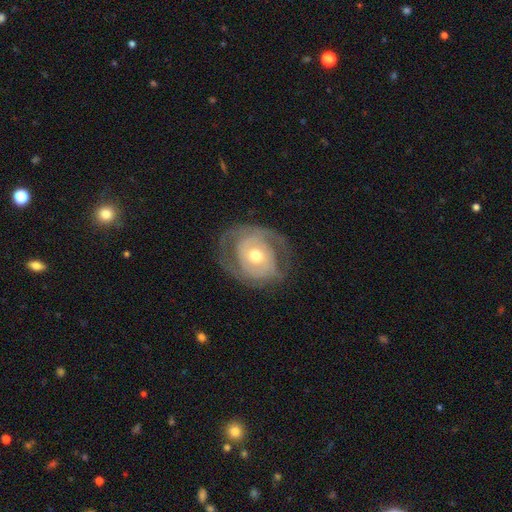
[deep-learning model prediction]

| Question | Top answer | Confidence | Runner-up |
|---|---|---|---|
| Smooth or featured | featured or disk | 77% | smooth (18%) |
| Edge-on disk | no | 96% | yes (4%) |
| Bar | no | 73% | weak (20%) |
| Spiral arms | yes | 79% | no (21%) |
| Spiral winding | tight | 55% | medium (32%) |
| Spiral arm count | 2 | 60% | can't tell (23%) |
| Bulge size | moderate | 68% | small (24%) |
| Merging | none | 67% | minor disturbance (19%) |